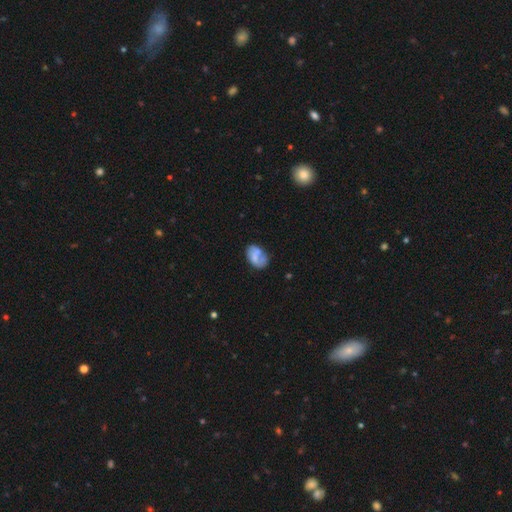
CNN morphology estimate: smooth_or_featured: smooth (p=0.55) [alt: featured or disk p=0.37]
how_rounded: in between (p=0.83) [alt: round p=0.15]
merging: none (p=0.41) [alt: minor disturbance p=0.24]